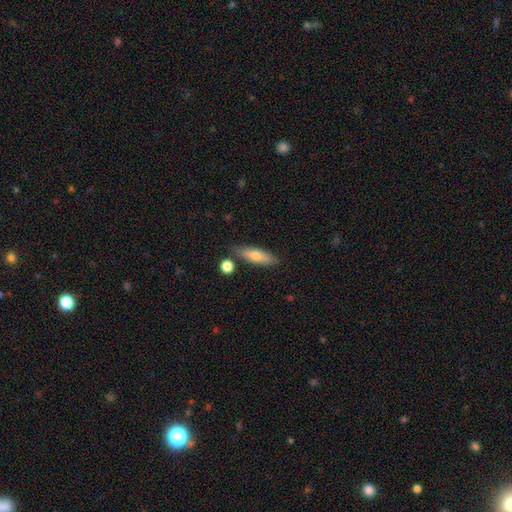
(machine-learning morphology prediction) Smooth or featured: smooth — 68% (featured or disk — 26%)
How rounded: cigar-shaped — 51% (in between — 46%)
Merging: none — 76% (minor disturbance — 14%)